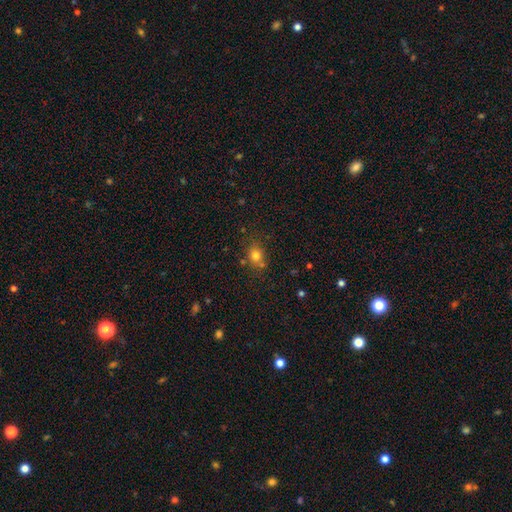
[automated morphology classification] This appears to be a smooth galaxy with no disk features (76%) that is round (60%). Merging: none (68%).